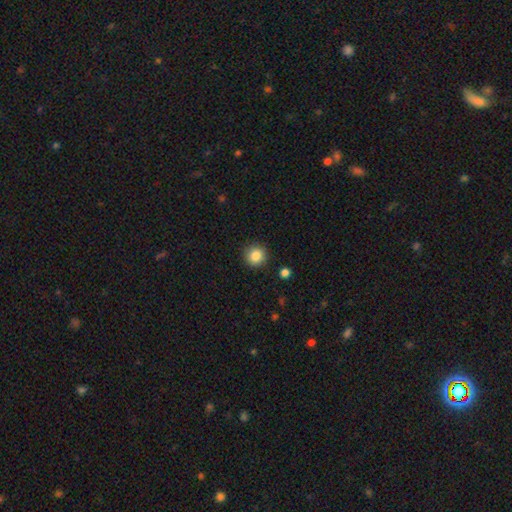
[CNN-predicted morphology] Overall: smooth (85%). How rounded: round (94%). Merging: none (91%).